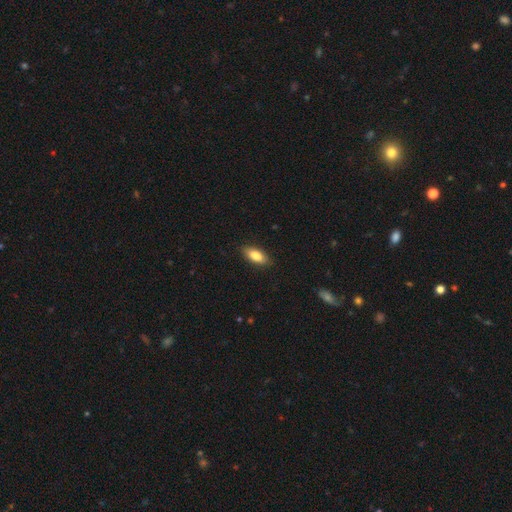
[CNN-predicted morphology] A smooth galaxy with no disk features (84%) that is in between round and cigar-shaped (85%).

Vote fractions:
- Smooth or featured? smooth: 84% / featured or disk: 10% / star or artifact: 6%
- How rounded? in between: 85% / cigar-shaped: 13% / round: 3%
- Merging? none: 86% / minor disturbance: 11% / major disturbance: 2% / merger: 1%